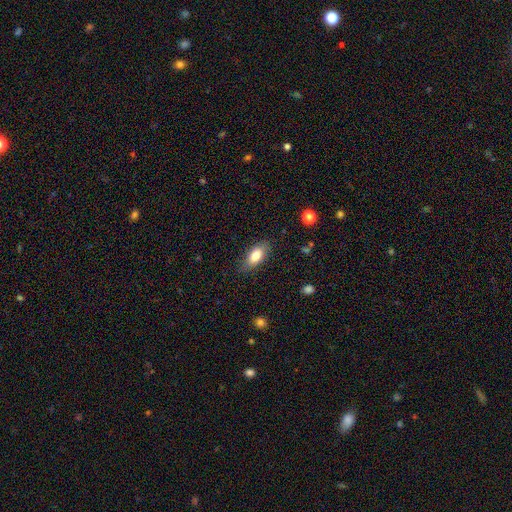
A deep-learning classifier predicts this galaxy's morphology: Q: Smooth or featured?
A: smooth (80%); runner-up: featured or disk (13%)
Q: How rounded?
A: in between (85%); runner-up: cigar-shaped (12%)
Q: Merging?
A: none (83%); runner-up: minor disturbance (13%)